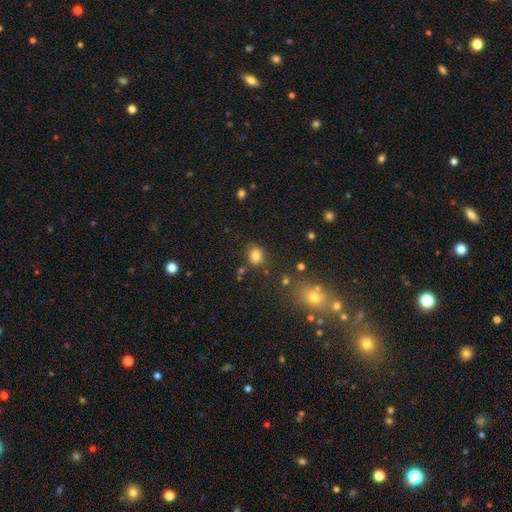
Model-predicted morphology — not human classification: smooth_or_featured: smooth (p=0.81) [alt: star or artifact p=0.13]
how_rounded: round (p=0.65) [alt: in between p=0.34]
merging: none (p=0.77) [alt: minor disturbance p=0.14]